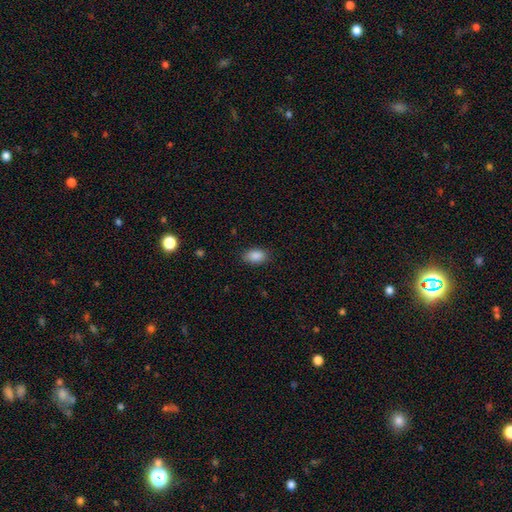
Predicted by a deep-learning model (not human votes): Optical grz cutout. It shows a smooth galaxy with no disk features (89%) that is in between round and cigar-shaped (90%). Merging: none (86%).